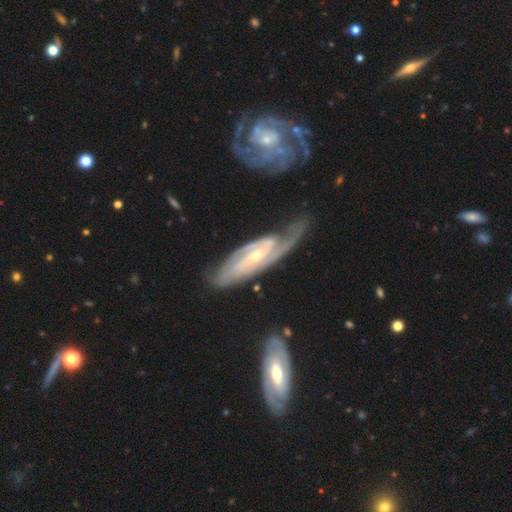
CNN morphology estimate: The model was most divided on "bar": weak: 43%, no: 34%, strong: 23%. More confident: spiral arms — yes (97%); edge-on disk — no (91%); smooth or featured — featured or disk (88%); merging — none (61%); spiral arm count — 2 (61%); bulge size — small (59%); spiral winding — tight (50%).